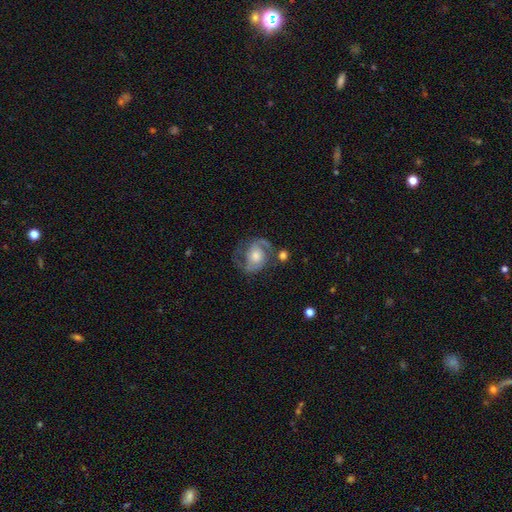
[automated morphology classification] The model was most divided on "spiral winding": medium: 52%, tight: 27%, loose: 20%. More confident: edge-on disk — no (98%); spiral arms — yes (93%); spiral arm count — 2 (88%); smooth or featured — featured or disk (81%); merging — none (65%); bar — no (64%); bulge size — moderate (52%).